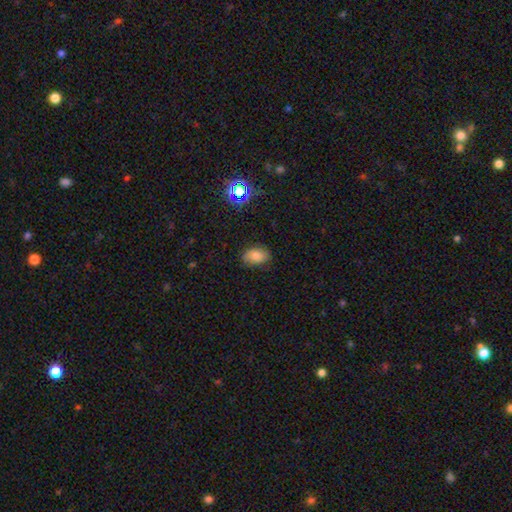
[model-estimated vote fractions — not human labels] This is likely a smooth galaxy (77%). How rounded: clearly in between (86%). Merging: likely none (76%).